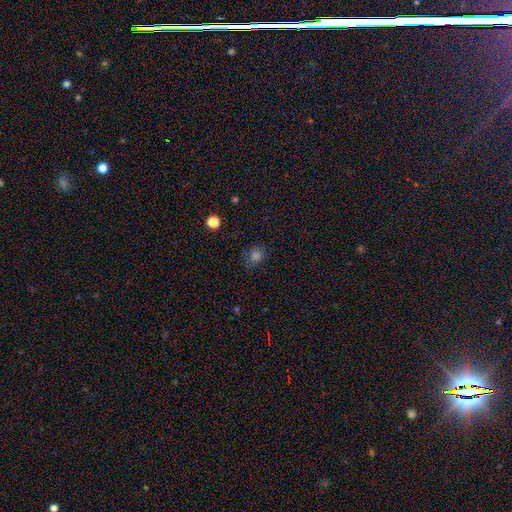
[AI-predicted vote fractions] Q: Smooth or featured?
A: smooth (72%); runner-up: star or artifact (22%)
Q: How rounded?
A: round (70%); runner-up: in between (29%)
Q: Merging?
A: none (70%); runner-up: minor disturbance (21%)